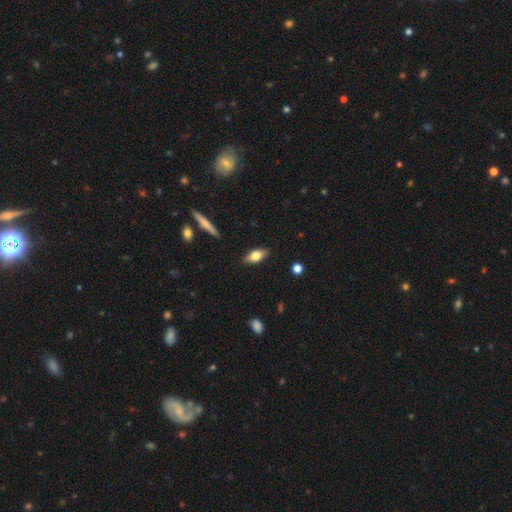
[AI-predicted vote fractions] smooth_or_featured: smooth (p=0.68) [alt: featured or disk p=0.25]
how_rounded: in between (p=0.78) [alt: cigar-shaped p=0.18]
merging: none (p=0.87) [alt: minor disturbance p=0.10]